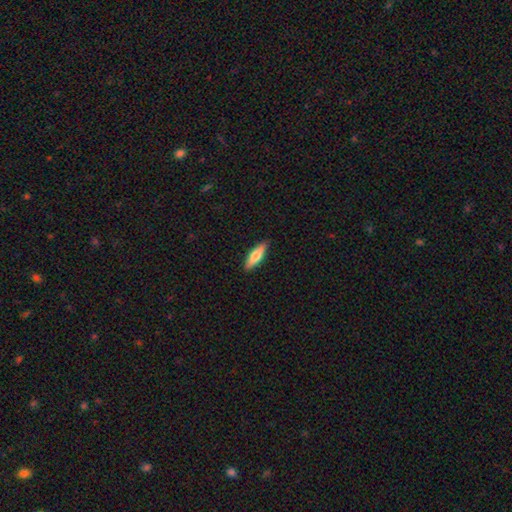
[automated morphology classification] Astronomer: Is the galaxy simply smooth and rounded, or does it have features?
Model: smooth — 65%.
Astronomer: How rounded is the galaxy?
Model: cigar-shaped — 59% (runner-up: in between, 39%).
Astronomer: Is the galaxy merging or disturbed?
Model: none — 89%.